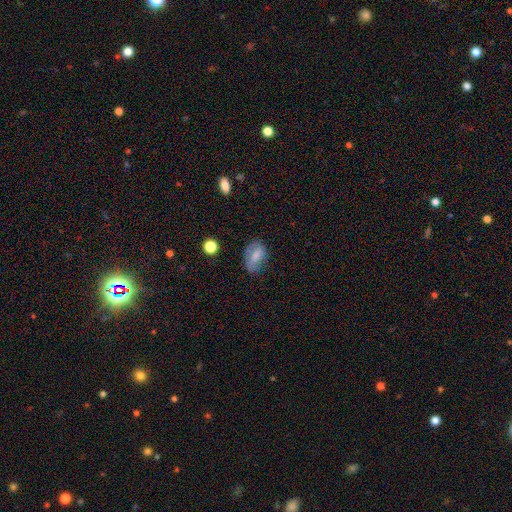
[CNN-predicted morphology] smooth-or-featured: smooth: 69% | featured or disk: 22% | star or artifact: 9%
  how-rounded: in between: 85% | round: 12% | cigar-shaped: 3%
  merging: none: 62% | minor disturbance: 25% | major disturbance: 11% | merger: 2%